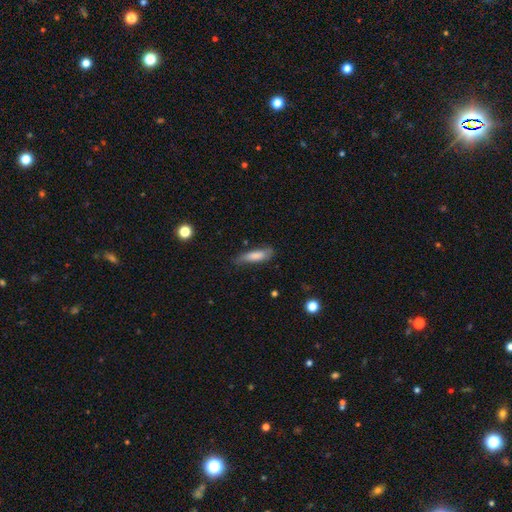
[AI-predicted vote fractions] smooth-or-featured: smooth: 77% | featured or disk: 16% | star or artifact: 7%
  how-rounded: cigar-shaped: 61% | in between: 37% | round: 2%
  merging: none: 62% | minor disturbance: 29% | major disturbance: 7% | merger: 2%